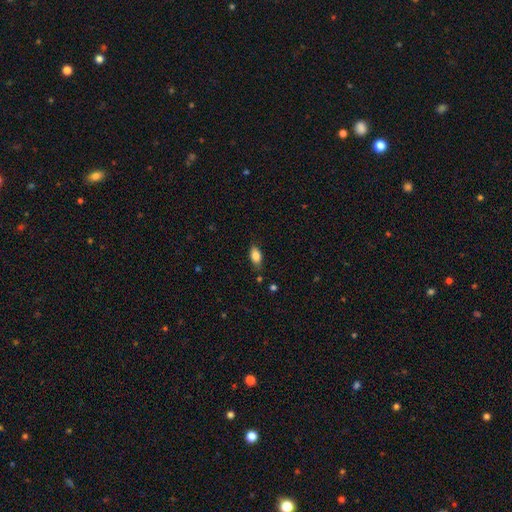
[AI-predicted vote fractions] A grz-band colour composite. It shows a smooth galaxy with no disk features (85%) that is in between round and cigar-shaped (90%). Merging: none (80%).